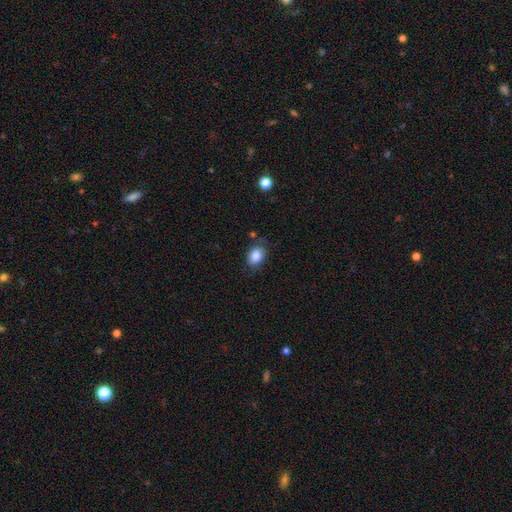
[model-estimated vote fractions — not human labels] The model was most divided on "merging": none: 72%, minor disturbance: 20%, major disturbance: 5%, merger: 3%. More confident: smooth or featured — smooth (84%); how rounded — in between (76%).